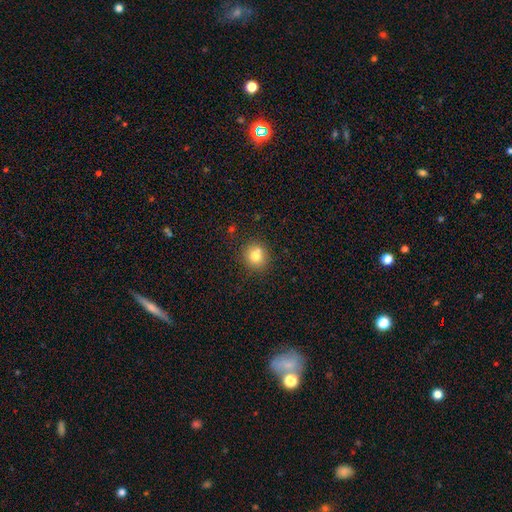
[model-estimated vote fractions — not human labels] Q: Smooth or featured?
A: smooth (76%); runner-up: star or artifact (12%)
Q: How rounded?
A: round (84%); runner-up: in between (15%)
Q: Merging?
A: none (70%); runner-up: merger (16%)